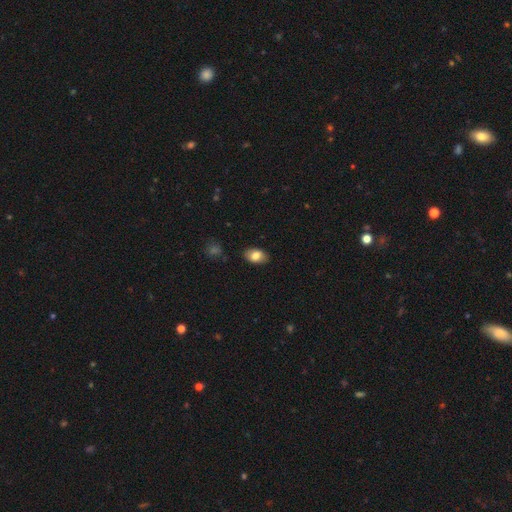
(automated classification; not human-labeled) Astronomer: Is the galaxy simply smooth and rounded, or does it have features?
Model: smooth — 81%.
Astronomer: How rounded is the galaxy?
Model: in between — 89%.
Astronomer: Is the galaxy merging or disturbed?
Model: none — 86%.